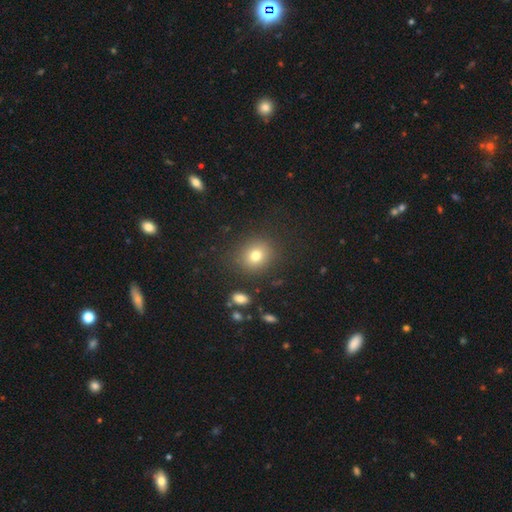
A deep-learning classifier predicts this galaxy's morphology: smooth 77%, star or artifact 14%, featured or disk 9%. Down the decision tree: how rounded — round (75%); merging — none (85%).